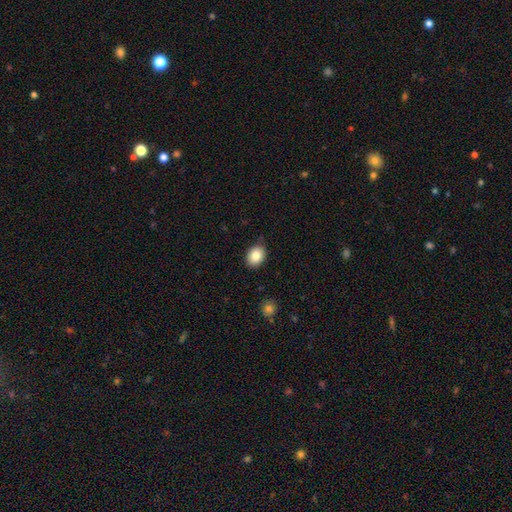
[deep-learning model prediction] A smooth galaxy with no disk features (84%) that is in between round and cigar-shaped (64%).

Vote fractions:
- Smooth or featured? smooth: 84% / star or artifact: 8% / featured or disk: 7%
- How rounded? in between: 64% / round: 35% / cigar-shaped: 1%
- Merging? none: 87% / minor disturbance: 10% / major disturbance: 2% / merger: 1%